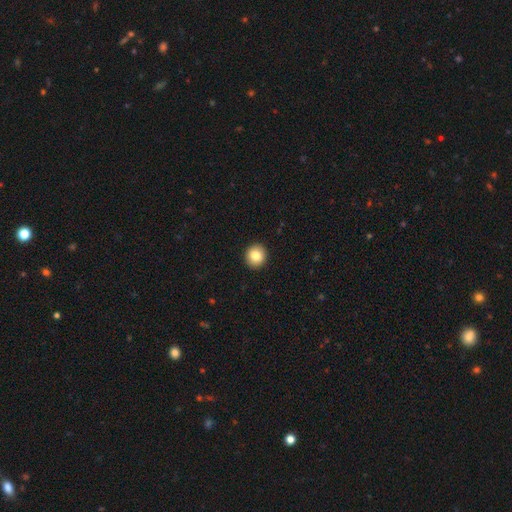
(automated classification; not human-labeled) This appears to be a smooth galaxy with no disk features (83%) that is round (90%). Merging: none (93%).